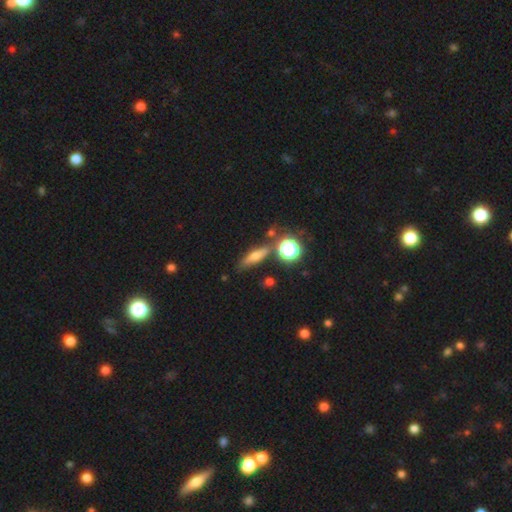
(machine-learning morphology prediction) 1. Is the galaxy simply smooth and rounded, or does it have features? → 51% smooth, 32% featured or disk, 17% star or artifact.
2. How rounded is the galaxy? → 56% cigar-shaped, 29% in between, 15% round.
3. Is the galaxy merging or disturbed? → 75% none, 13% minor disturbance, 8% merger, 4% major disturbance.